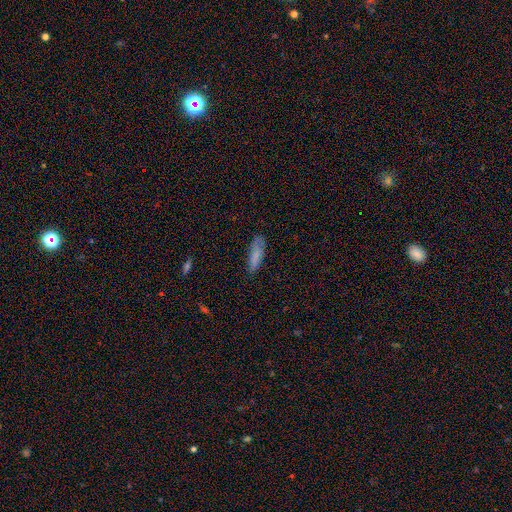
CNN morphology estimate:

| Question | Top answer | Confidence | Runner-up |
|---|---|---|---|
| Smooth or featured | smooth | 79% | featured or disk (13%) |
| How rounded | cigar-shaped | 55% | in between (43%) |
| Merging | none | 67% | minor disturbance (25%) |